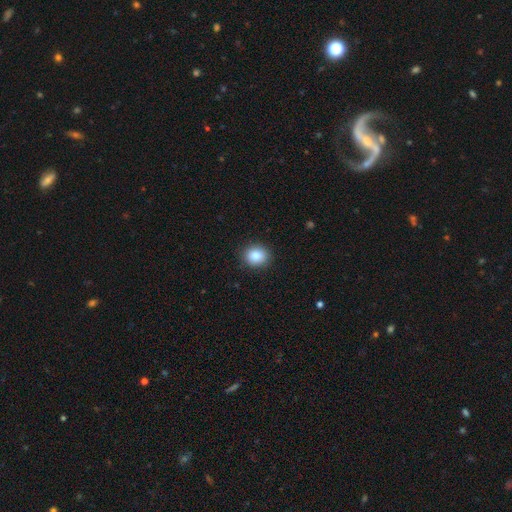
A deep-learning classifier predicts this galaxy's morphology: Smooth or featured? Predicted: smooth (p=0.85). How rounded? Predicted: round (p=0.74). Merging? Predicted: none (p=0.90).